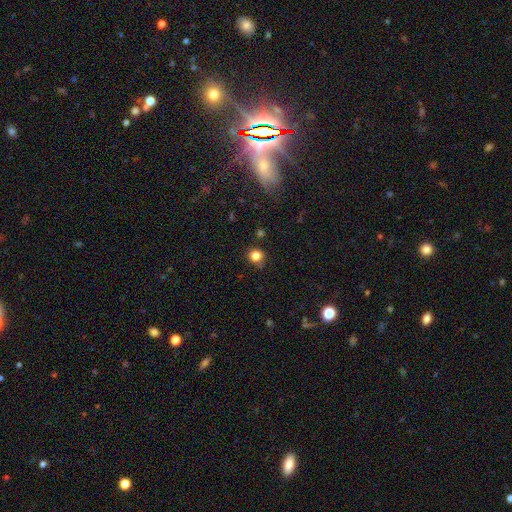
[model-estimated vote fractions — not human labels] smooth_or_featured: smooth (p=0.82) [alt: star or artifact p=0.13]
how_rounded: round (p=0.90) [alt: in between p=0.09]
merging: none (p=0.81) [alt: minor disturbance p=0.13]